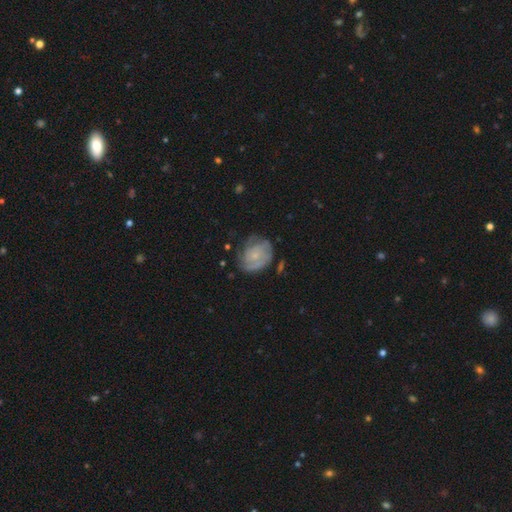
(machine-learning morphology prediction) Overall: featured or disk (66%; smooth 27%). Edge-on disk: no (98%). Bar: no (77%). Spiral arms: yes (83%). Spiral arm count: can't tell (42%; 2 25%). Spiral winding: tight (60%; medium 30%). Bulge size: small (71%). Merging: none (60%; minor disturbance 25%).